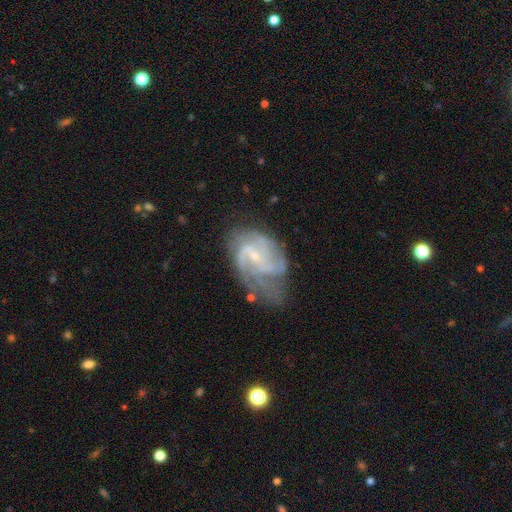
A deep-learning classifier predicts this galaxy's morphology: Smooth or featured? featured or disk (85%)
Edge-on disk? no (98%)
Bar? weak (49%)
Spiral arms? yes (95%)
Spiral winding? medium (48%)
Spiral arm count? 2 (29%)
Bulge size? small (76%)
Merging? none (49%)